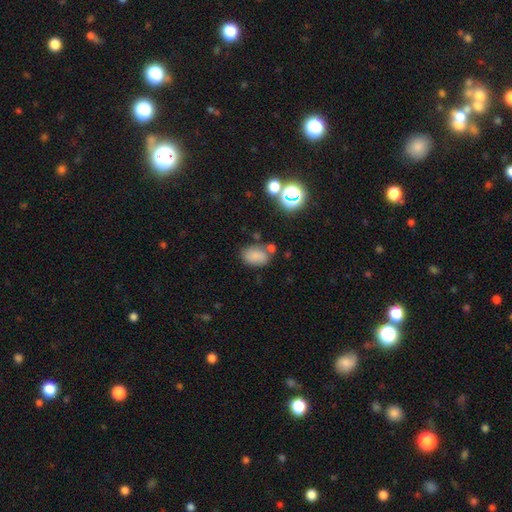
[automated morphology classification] This is likely a smooth galaxy (77%). How rounded: clearly in between (83%). Merging: likely none (62%).